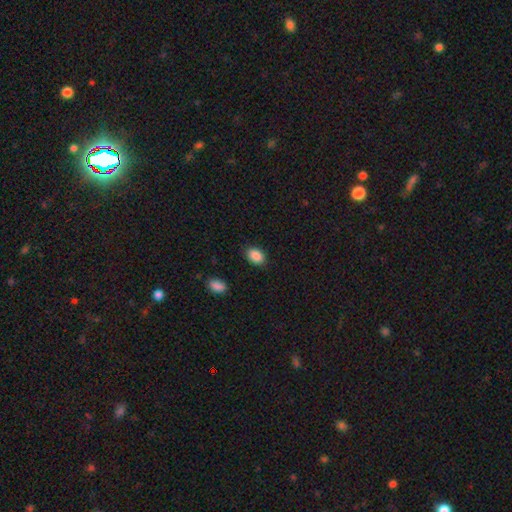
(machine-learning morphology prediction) smooth-or-featured: smooth: 89% | star or artifact: 8% | featured or disk: 4%
  how-rounded: in between: 83% | round: 15% | cigar-shaped: 1%
  merging: none: 86% | minor disturbance: 10% | major disturbance: 2% | merger: 1%